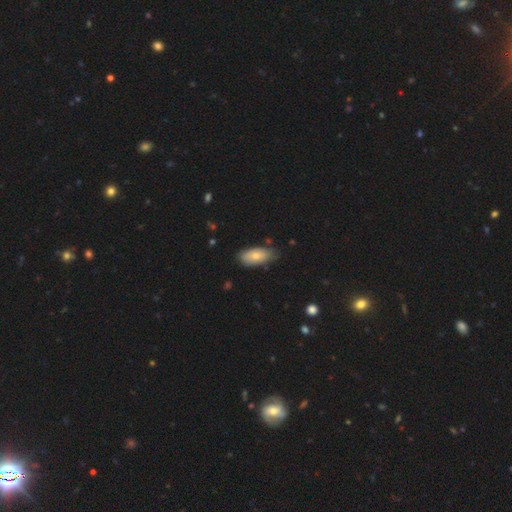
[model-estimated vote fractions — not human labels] This appears to be a smooth galaxy with no disk features (72%) that is in between round and cigar-shaped (89%). Merging: none (70%).